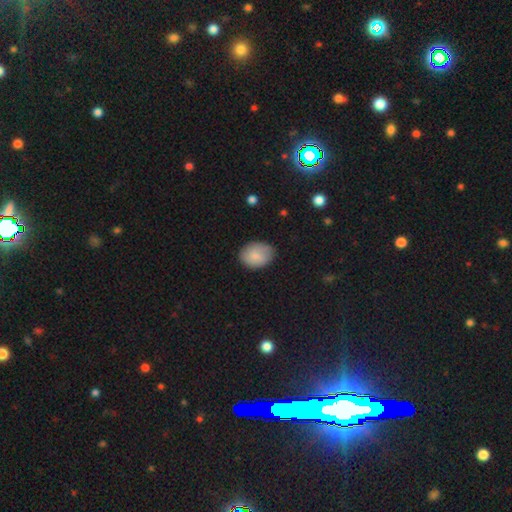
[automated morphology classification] A smooth galaxy with no disk features (83%) that is in between round and cigar-shaped (66%).

Vote fractions:
- Smooth or featured? smooth: 83% / featured or disk: 10% / star or artifact: 7%
- How rounded? in between: 66% / round: 33% / cigar-shaped: 1%
- Merging? none: 77% / minor disturbance: 18% / major disturbance: 4% / merger: 1%